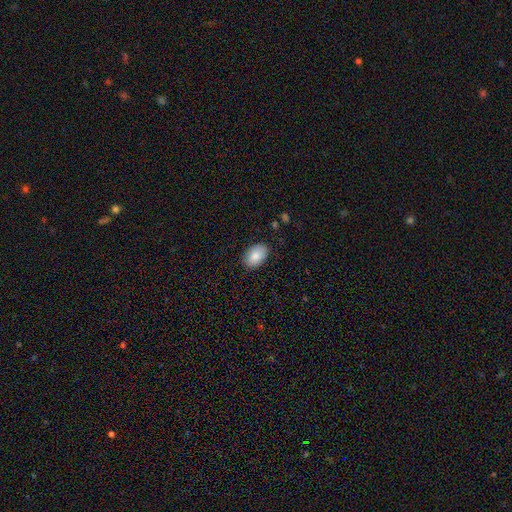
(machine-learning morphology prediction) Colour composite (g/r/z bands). It shows a smooth galaxy with no disk features (84%) that is in between round and cigar-shaped (90%). Merging: none (86%).